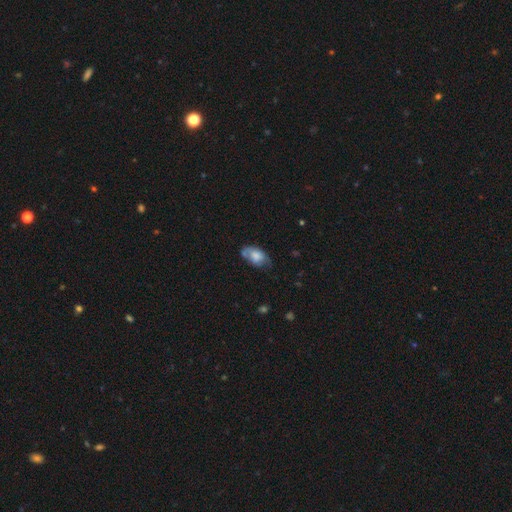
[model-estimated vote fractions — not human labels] Smooth or featured: smooth — 60% (featured or disk — 33%)
How rounded: in between — 91% (round — 6%)
Merging: none — 44% (minor disturbance — 35%)